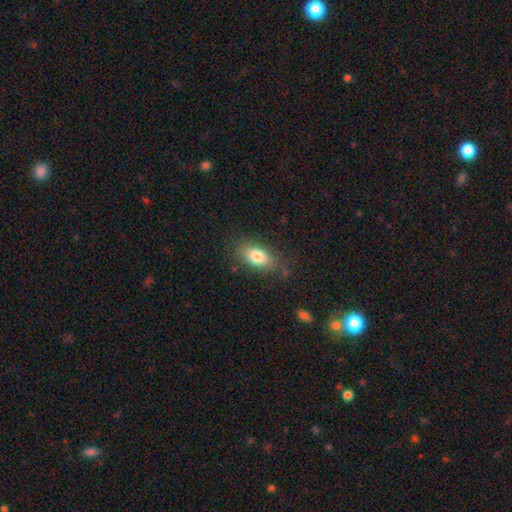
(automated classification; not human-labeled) Smooth or featured?
  - smooth: 80% *
  - featured or disk: 12%
  - star or artifact: 8%
How rounded?
  - in between: 87% *
  - round: 7%
  - cigar-shaped: 6%
Merging?
  - none: 76% *
  - minor disturbance: 17%
  - major disturbance: 6%
  - merger: 2%